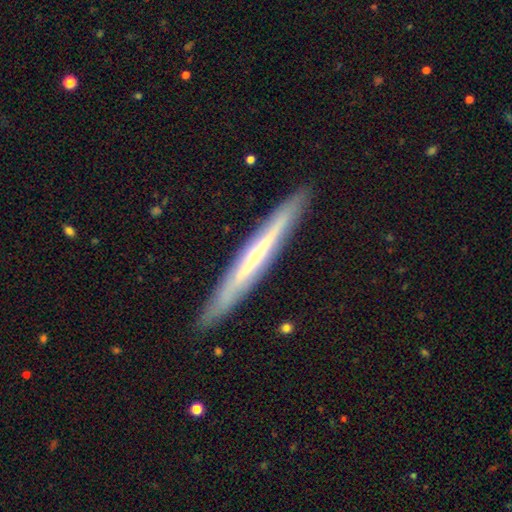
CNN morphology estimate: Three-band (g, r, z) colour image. It shows a featured or disk galaxy (63%) viewed edge-on (93%) with no central bulge (73%). Merging: none (89%).